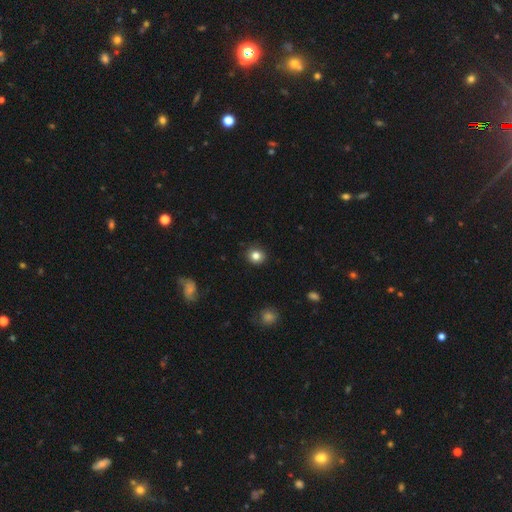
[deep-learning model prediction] This is clearly a smooth galaxy (83%). How rounded: clearly round (86%). Merging: clearly none (90%).